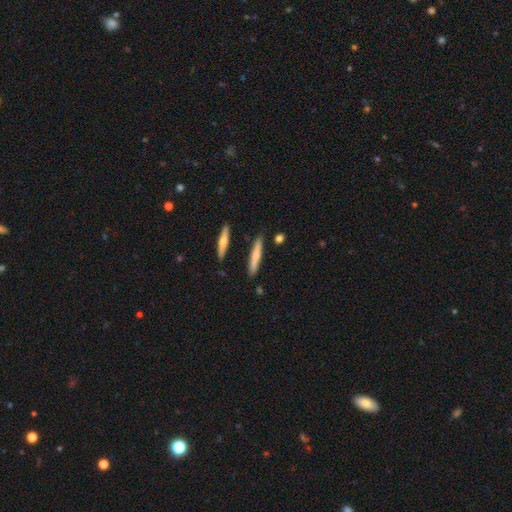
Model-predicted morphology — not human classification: Smooth or featured?
  - smooth: 52% *
  - featured or disk: 43%
  - star or artifact: 6%
How rounded?
  - cigar-shaped: 90% *
  - in between: 8%
  - round: 2%
Merging?
  - none: 85% *
  - minor disturbance: 9%
  - merger: 4%
  - major disturbance: 2%